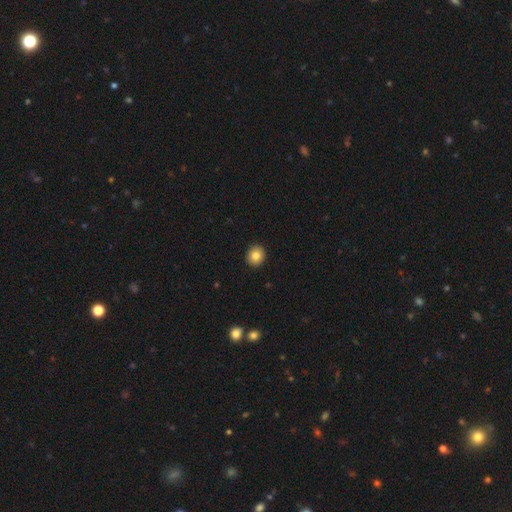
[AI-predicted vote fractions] This appears to be a smooth galaxy with no disk features (82%) that is round (78%). Merging: none (92%).